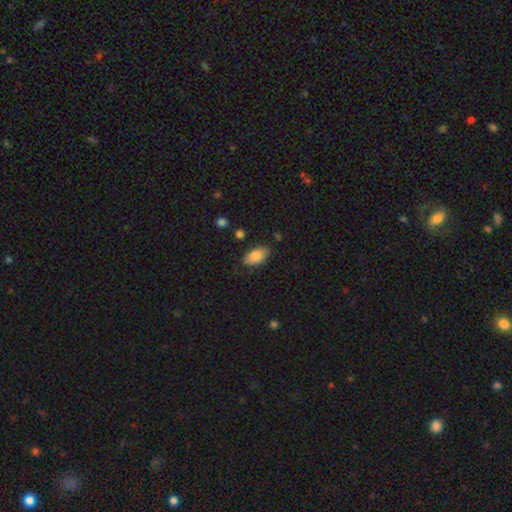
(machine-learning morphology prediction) smooth-or-featured: smooth: 83% | featured or disk: 10% | star or artifact: 7%
  how-rounded: in between: 93% | cigar-shaped: 4% | round: 3%
  merging: none: 76% | minor disturbance: 18% | major disturbance: 4% | merger: 2%